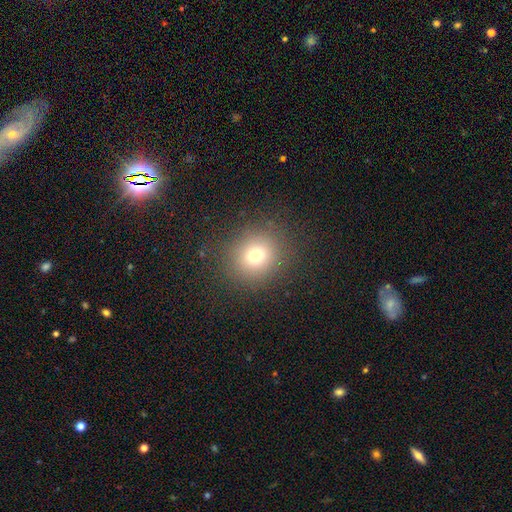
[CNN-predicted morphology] Overall: smooth (72%). How rounded: round (86%). Merging: none (87%).